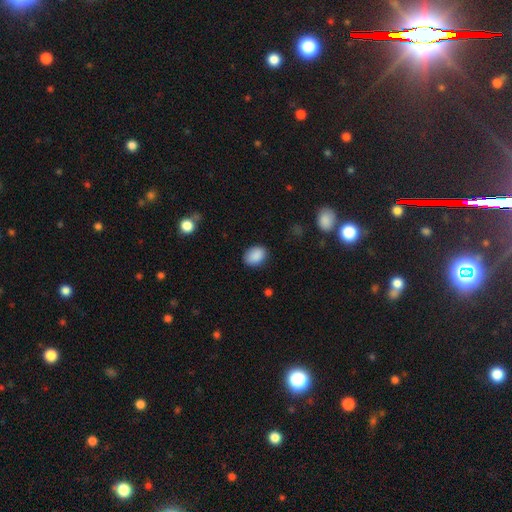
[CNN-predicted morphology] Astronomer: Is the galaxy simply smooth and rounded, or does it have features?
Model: smooth — 89%.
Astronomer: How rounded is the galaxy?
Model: in between — 70%.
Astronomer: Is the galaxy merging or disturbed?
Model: none — 84%.